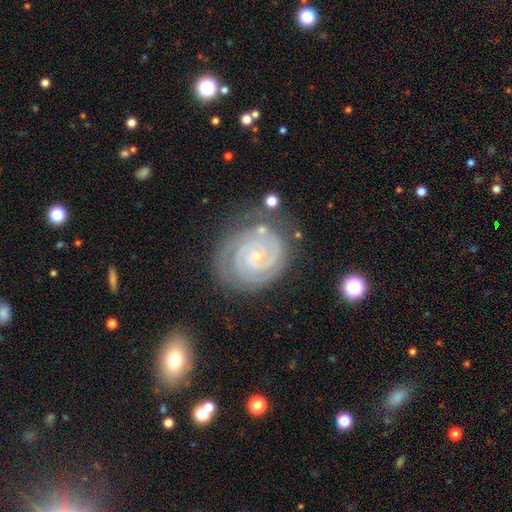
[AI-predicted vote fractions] The model was most divided on "spiral arm count": 2: 56%, 3: 19%, can't tell: 11%, 4: 6%, more than 4: 4%, 1: 4%. More confident: spiral arms — yes (98%); edge-on disk — no (98%); smooth or featured — featured or disk (90%); spiral winding — tight (85%); bulge size — small (84%); merging — none (75%); bar — no (74%).